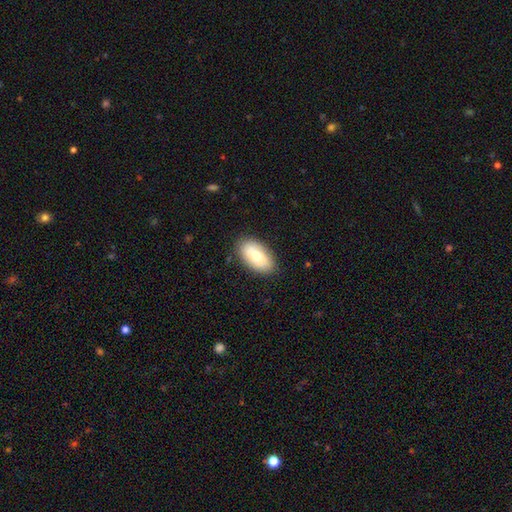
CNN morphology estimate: Smooth or featured: smooth — 77% (featured or disk — 17%)
How rounded: in between — 94% (round — 3%)
Merging: none — 85% (minor disturbance — 11%)